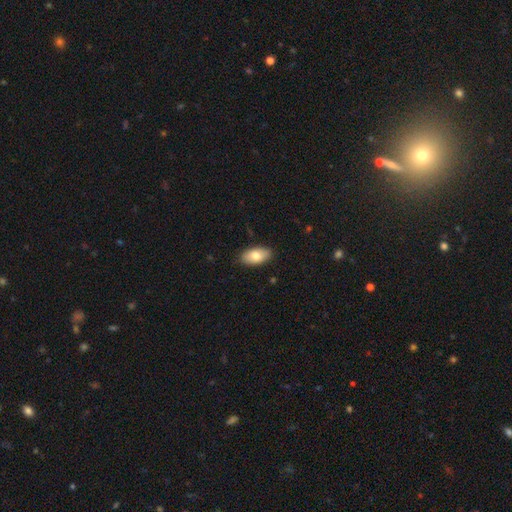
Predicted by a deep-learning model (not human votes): smooth-or-featured: smooth: 79% | featured or disk: 14% | star or artifact: 6%
  how-rounded: in between: 94% | round: 3% | cigar-shaped: 3%
  merging: none: 87% | minor disturbance: 10% | major disturbance: 2% | merger: 1%